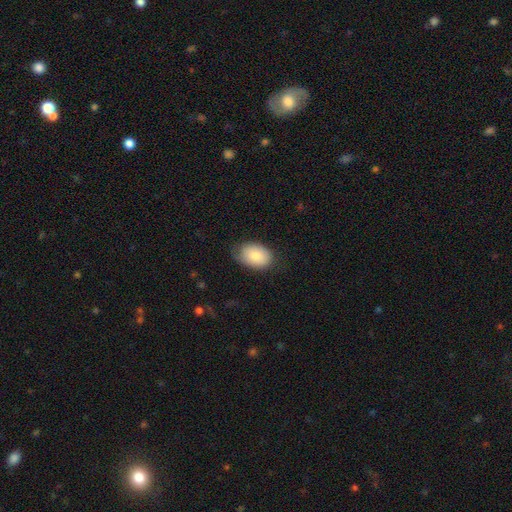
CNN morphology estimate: A smooth galaxy with no disk features (82%) that is in between round and cigar-shaped (83%). Merging: none (69%).